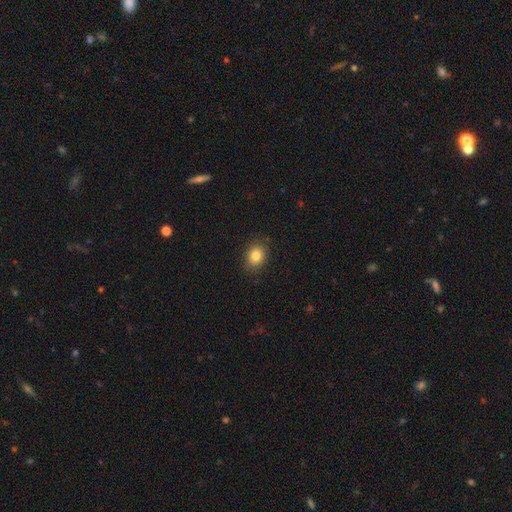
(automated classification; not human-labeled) smooth-or-featured: smooth: 84% | star or artifact: 10% | featured or disk: 6%
  how-rounded: in between: 55% | round: 44% | cigar-shaped: 1%
  merging: none: 86% | minor disturbance: 11% | major disturbance: 3% | merger: 1%